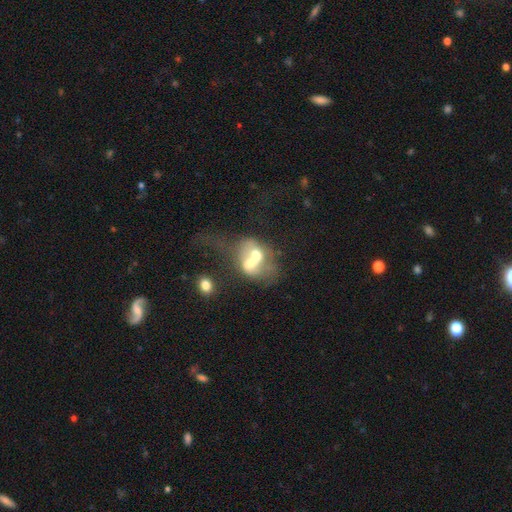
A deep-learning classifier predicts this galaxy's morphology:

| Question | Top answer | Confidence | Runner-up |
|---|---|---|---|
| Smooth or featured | featured or disk | 47% | smooth (43%) |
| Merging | merger | 72% | major disturbance (13%) |